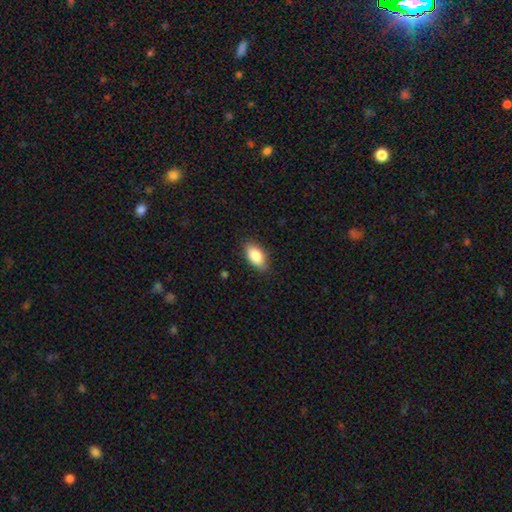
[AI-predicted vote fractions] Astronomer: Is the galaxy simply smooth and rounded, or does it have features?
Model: smooth — 86%.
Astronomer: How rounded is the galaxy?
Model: in between — 92%.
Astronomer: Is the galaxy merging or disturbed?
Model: none — 85%.